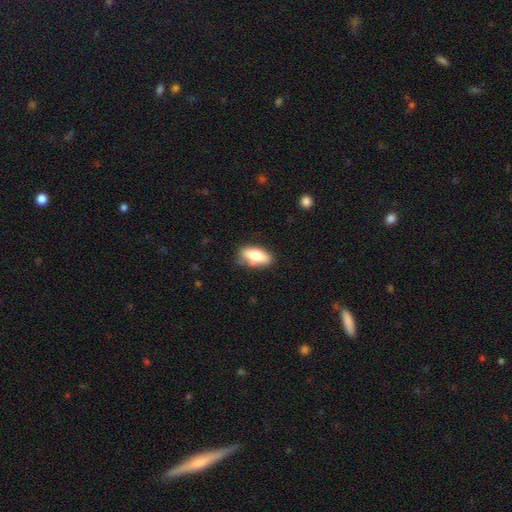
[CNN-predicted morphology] Smooth or featured: smooth — 75% (featured or disk — 18%)
How rounded: in between — 86% (cigar-shaped — 10%)
Merging: none — 78% (minor disturbance — 17%)